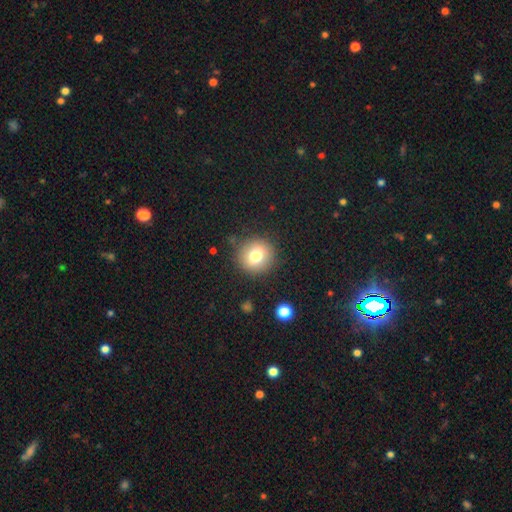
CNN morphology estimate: Smooth or featured? smooth (75%)
How rounded? round (91%)
Merging? none (87%)